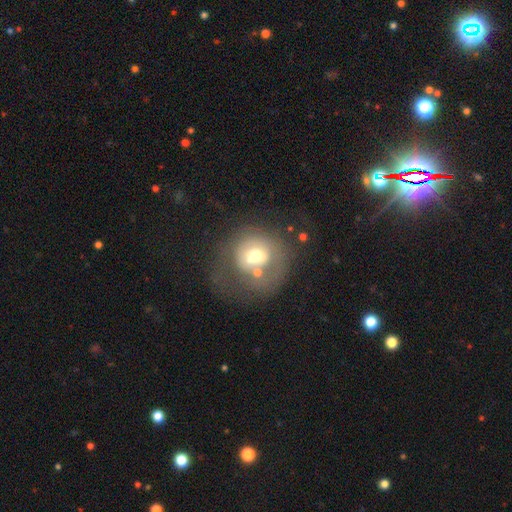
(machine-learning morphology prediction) Smooth or featured?
  - smooth: 47% *
  - featured or disk: 42%
  - star or artifact: 11%
Merging?
  - none: 30% * (tied)
  - major disturbance: 30% * (tied)
  - merger: 22%
  - minor disturbance: 17%